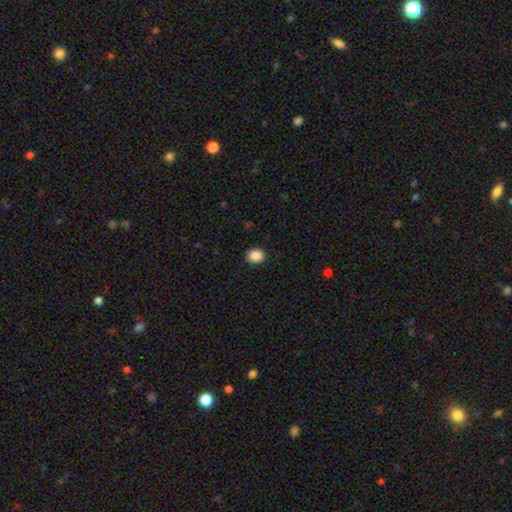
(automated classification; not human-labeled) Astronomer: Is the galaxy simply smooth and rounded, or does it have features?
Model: smooth — 88%.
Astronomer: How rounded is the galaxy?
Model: round — 56% (runner-up: in between, 44%).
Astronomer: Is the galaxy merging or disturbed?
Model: none — 91%.